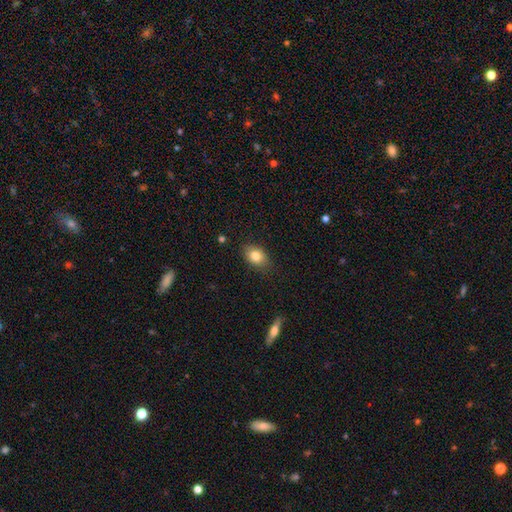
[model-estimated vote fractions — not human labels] smooth-or-featured: smooth: 80% | featured or disk: 11% | star or artifact: 9%
  how-rounded: in between: 76% | round: 22% | cigar-shaped: 1%
  merging: none: 84% | minor disturbance: 12% | major disturbance: 2% | merger: 1%